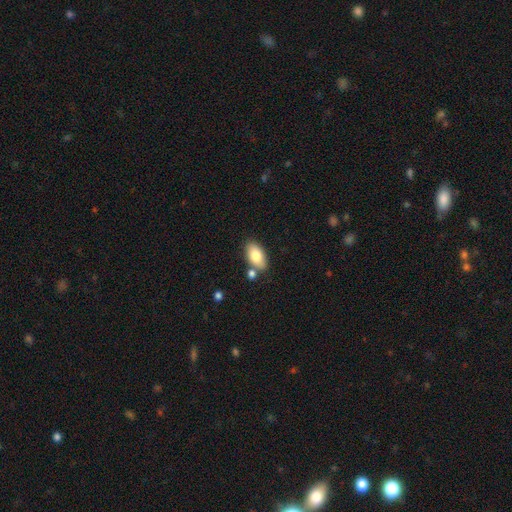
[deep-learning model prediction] Overall: smooth (78%). How rounded: in between (92%). Merging: none (74%).